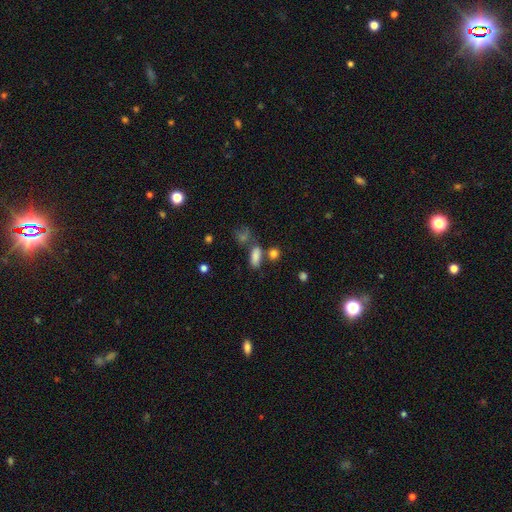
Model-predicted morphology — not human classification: Q: Smooth or featured?
A: smooth (80%); runner-up: star or artifact (12%)
Q: How rounded?
A: in between (74%); runner-up: cigar-shaped (17%)
Q: Merging?
A: none (58%); runner-up: merger (18%)